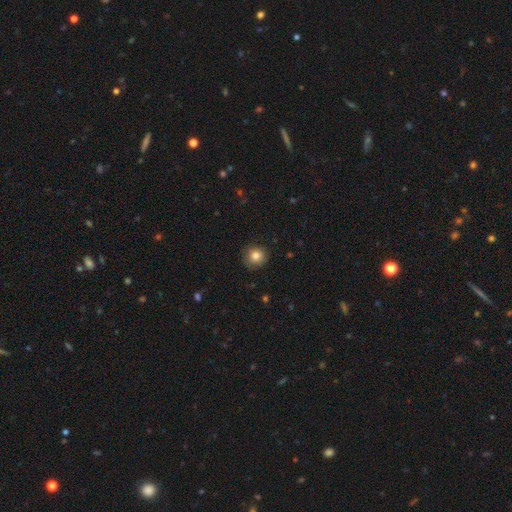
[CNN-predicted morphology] smooth_or_featured: smooth (p=0.83) [alt: star or artifact p=0.10]
how_rounded: round (p=0.92) [alt: in between p=0.08]
merging: none (p=0.83) [alt: minor disturbance p=0.13]